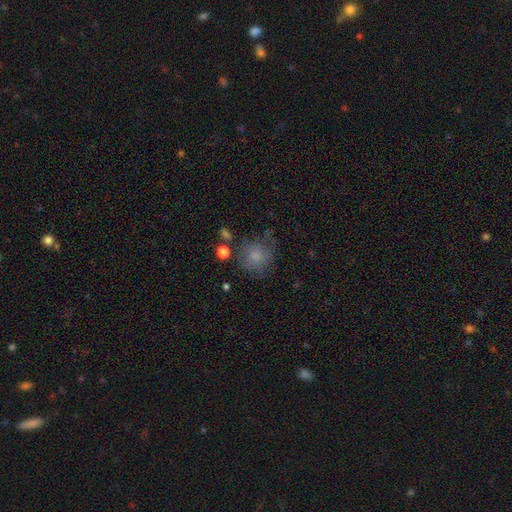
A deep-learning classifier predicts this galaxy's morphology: smooth_or_featured: smooth (p=0.74) [alt: featured or disk p=0.16]
how_rounded: round (p=0.84) [alt: in between p=0.15]
merging: none (p=0.59) [alt: minor disturbance p=0.22]